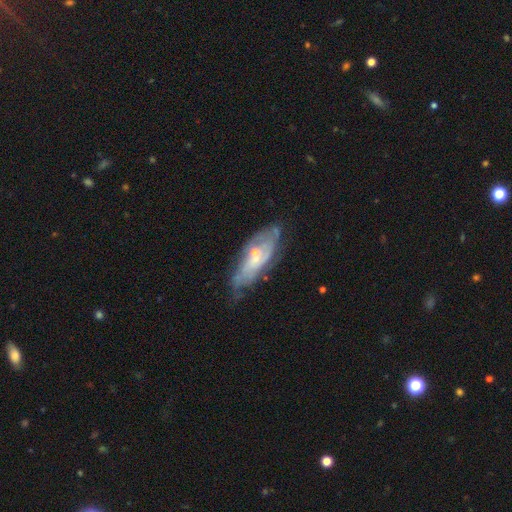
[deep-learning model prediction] Smooth or featured?
  - featured or disk: 68% *
  - smooth: 25%
  - star or artifact: 8%
Edge-on disk?
  - no: 82% *
  - yes: 18%
Bar?
  - no: 70% *
  - weak: 25%
  - strong: 5%
Spiral arms?
  - yes: 65% *
  - no: 35%
Bulge size?
  - small: 64% *
  - moderate: 31%
  - none: 3%
  - large: 1%
  - dominant: 1%
Merging?
  - none: 57% *
  - minor disturbance: 27%
  - major disturbance: 10%
  - merger: 6%